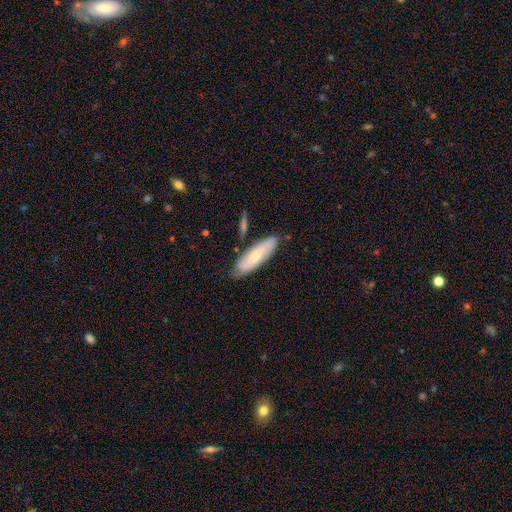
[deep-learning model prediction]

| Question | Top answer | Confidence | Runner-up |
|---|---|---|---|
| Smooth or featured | smooth | 56% | featured or disk (38%) |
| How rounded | in between | 53% | cigar-shaped (45%) |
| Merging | none | 74% | minor disturbance (17%) |